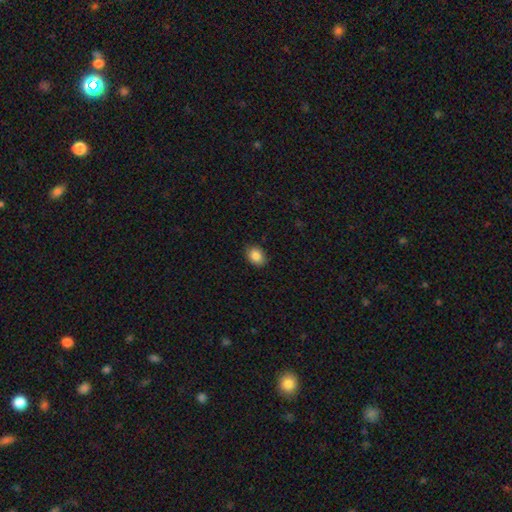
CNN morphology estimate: smooth 87%, star or artifact 8%, featured or disk 5%. Down the decision tree: how rounded — in between (68%); merging — none (85%).